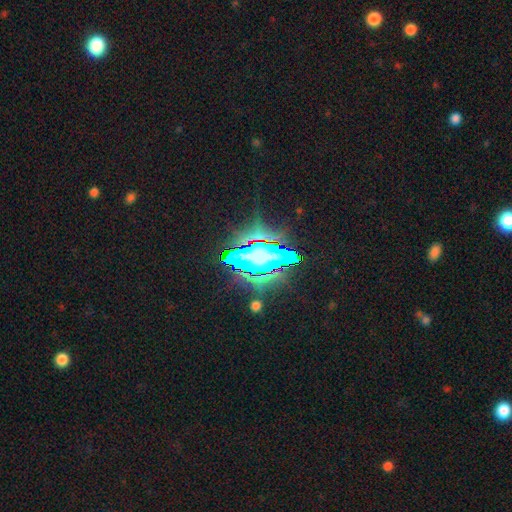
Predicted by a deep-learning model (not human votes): A star or artifact, not a galaxy (61%).

Vote fractions:
- Smooth or featured? star or artifact: 61% / featured or disk: 21% / smooth: 19%